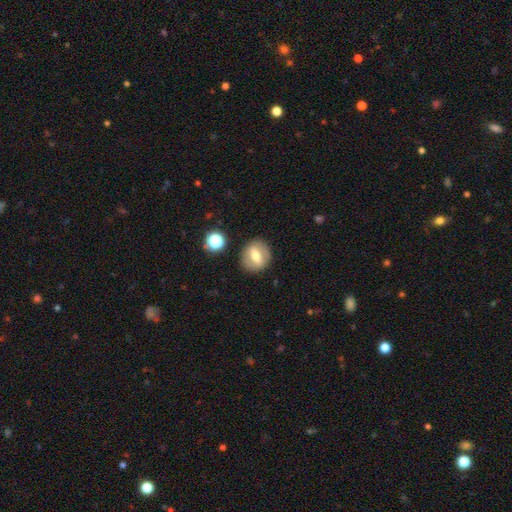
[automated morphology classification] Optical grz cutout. It shows a smooth galaxy with no disk features (51%) that is round (72%). Merging: none (86%).